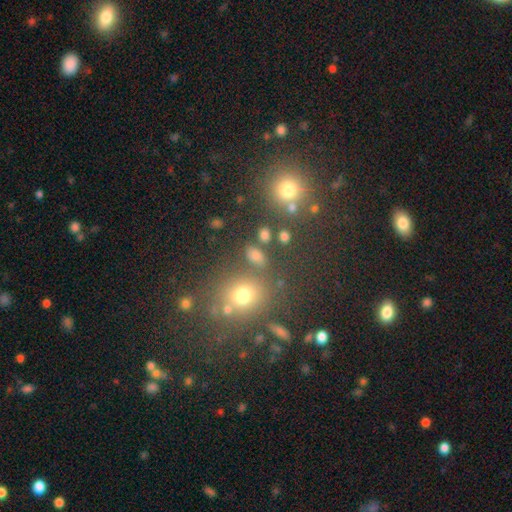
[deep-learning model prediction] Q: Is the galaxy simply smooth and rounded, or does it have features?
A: smooth — 56%.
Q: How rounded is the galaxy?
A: round — 74%.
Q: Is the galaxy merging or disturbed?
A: none — 73%.